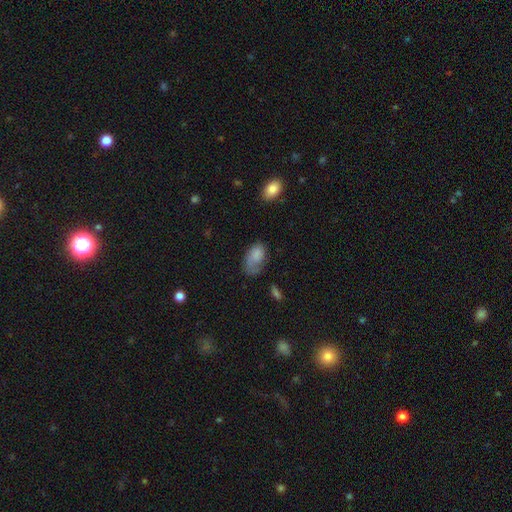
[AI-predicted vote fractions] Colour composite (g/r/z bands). It shows a smooth galaxy with no disk features (75%) that is in between round and cigar-shaped (91%). Merging: none (38%).